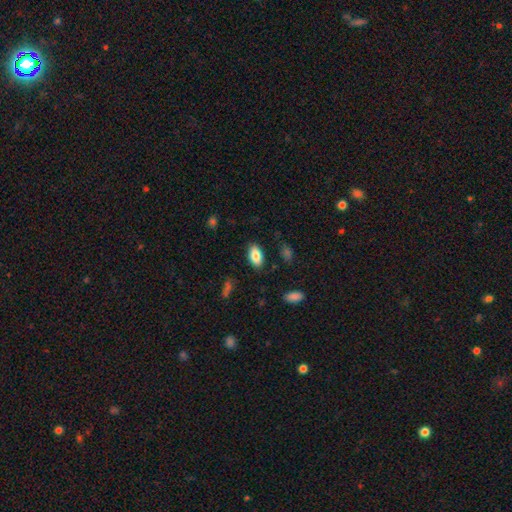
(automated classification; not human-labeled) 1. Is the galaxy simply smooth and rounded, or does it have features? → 84% smooth, 8% featured or disk, 7% star or artifact.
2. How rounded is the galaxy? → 93% in between, 4% round, 3% cigar-shaped.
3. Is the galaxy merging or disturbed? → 86% none, 10% minor disturbance, 3% major disturbance, 1% merger.